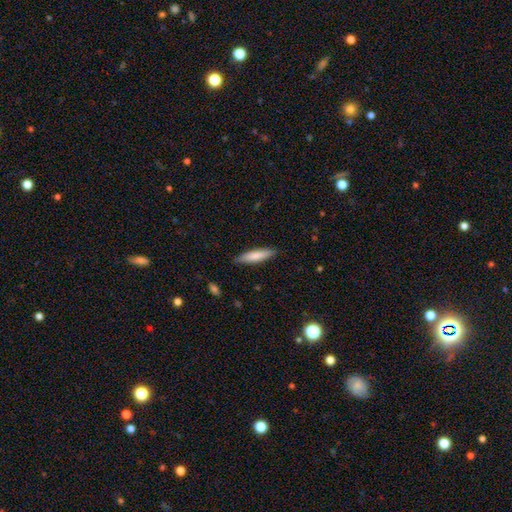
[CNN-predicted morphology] Smooth or featured: smooth — 78% (featured or disk — 17%)
How rounded: cigar-shaped — 77% (in between — 22%)
Merging: none — 86% (minor disturbance — 11%)